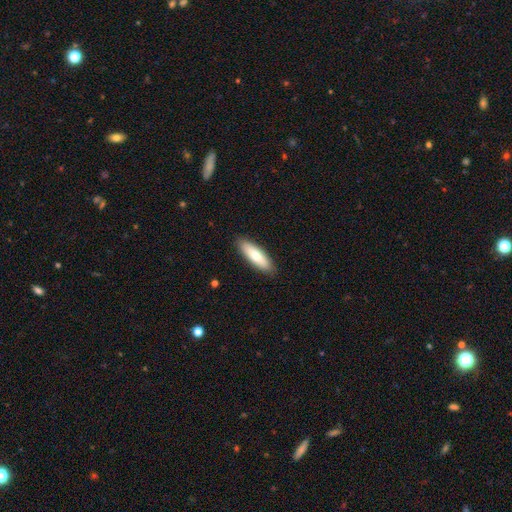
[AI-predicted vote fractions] This is likely a smooth galaxy (76%). How rounded: possibly cigar-shaped (50%). Merging: clearly none (88%).